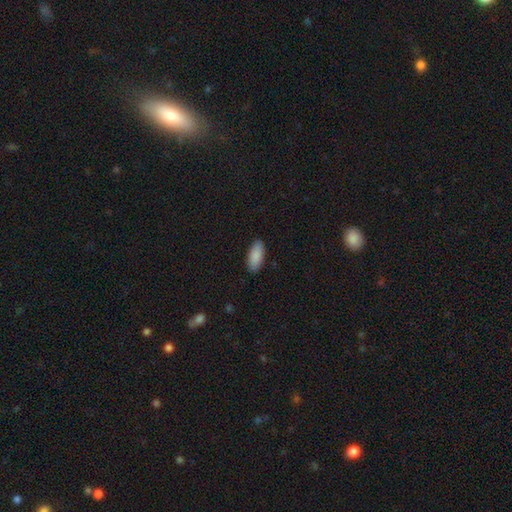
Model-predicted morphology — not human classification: Smooth or featured? smooth (90%)
How rounded? in between (88%)
Merging? none (88%)